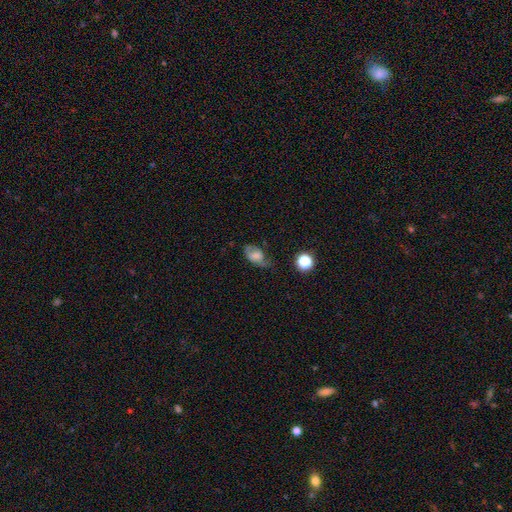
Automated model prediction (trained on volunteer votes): Smooth or featured: smooth — 50% (featured or disk — 37%)
How rounded: in between — 83% (round — 14%)
Merging: none — 45% (minor disturbance — 31%)